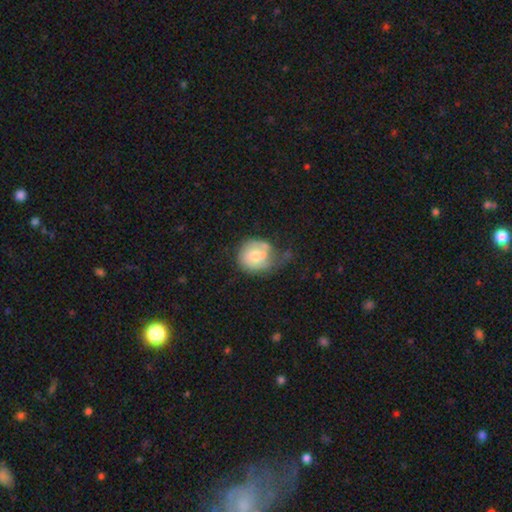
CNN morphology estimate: Q: Smooth or featured?
A: featured or disk (47%); runner-up: smooth (46%)
Q: Merging?
A: none (35%); runner-up: minor disturbance (34%)